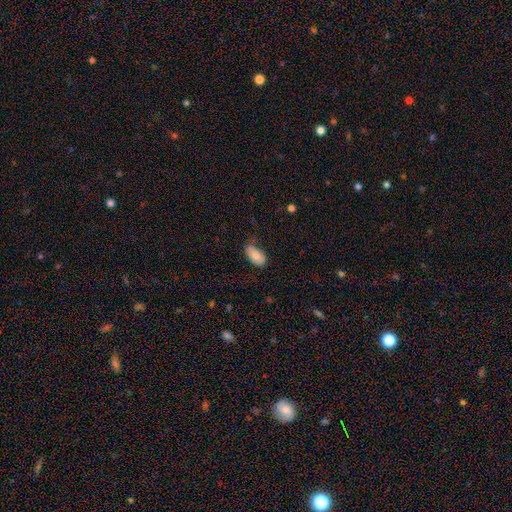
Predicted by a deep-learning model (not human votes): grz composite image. It shows a smooth galaxy with no disk features (81%) that is in between round and cigar-shaped (95%). Merging: none (61%).